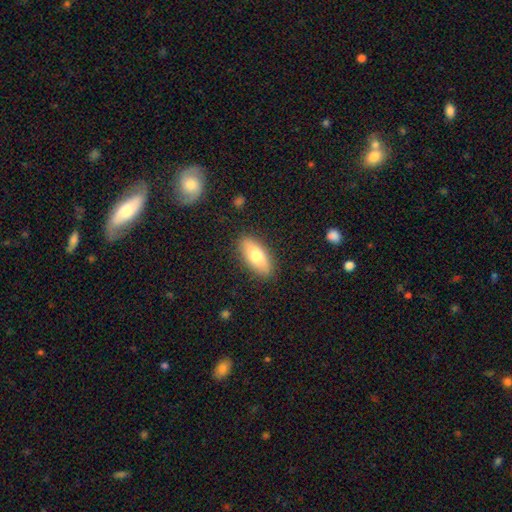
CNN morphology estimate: A smooth galaxy with no disk features (72%) that is in between round and cigar-shaped (82%). Merging: none (87%).